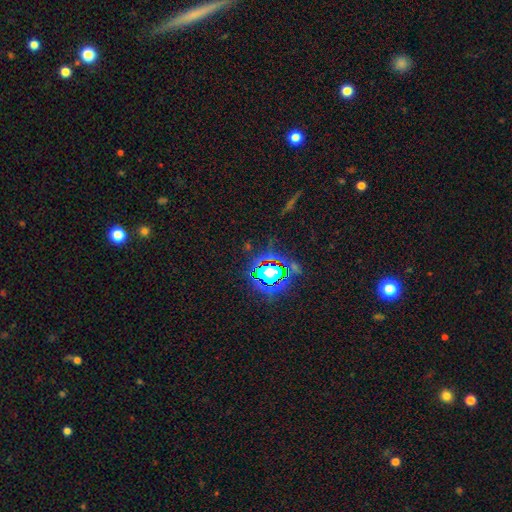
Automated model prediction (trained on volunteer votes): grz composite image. It shows a star or artifact, not a galaxy (82%).